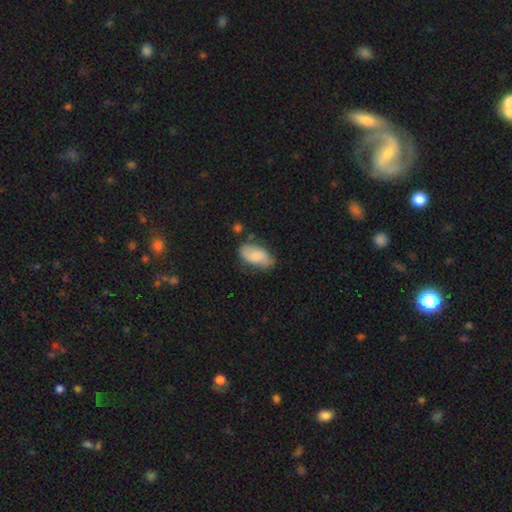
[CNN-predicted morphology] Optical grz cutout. It shows a smooth galaxy with no disk features (66%) that is in between round and cigar-shaped (93%). Merging: none (64%).